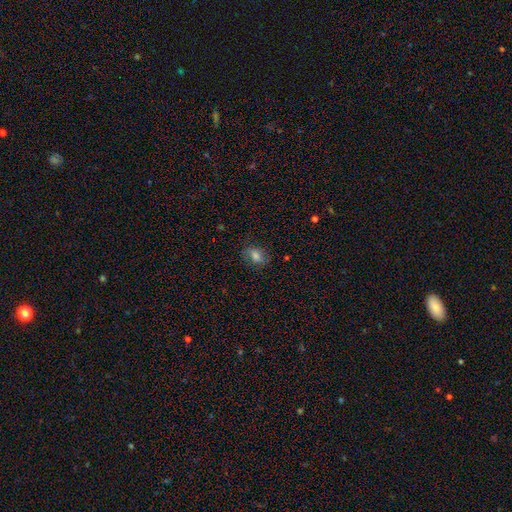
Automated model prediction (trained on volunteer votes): Smooth or featured? Predicted: smooth (p=0.73). How rounded? Predicted: in between (p=0.69). Merging? Predicted: none (p=0.79).